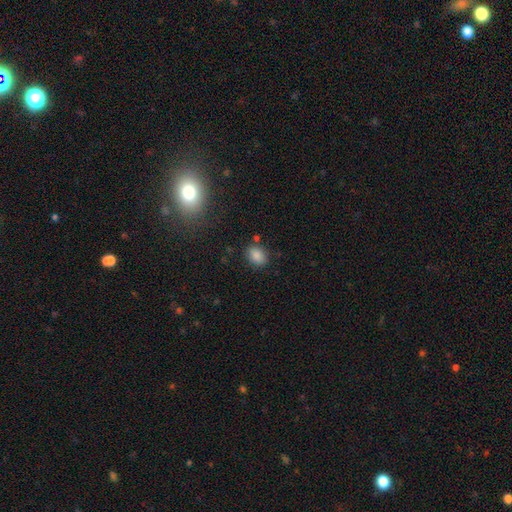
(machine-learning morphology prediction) This appears to be a smooth galaxy with no disk features (86%) that is in between round and cigar-shaped (74%). Merging: none (81%).